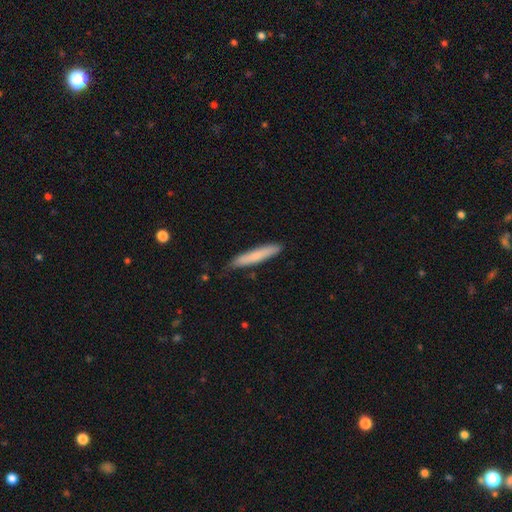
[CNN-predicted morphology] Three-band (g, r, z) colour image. It shows a smooth galaxy with no disk features (73%) that is cigar-shaped (93%). Merging: none (83%).